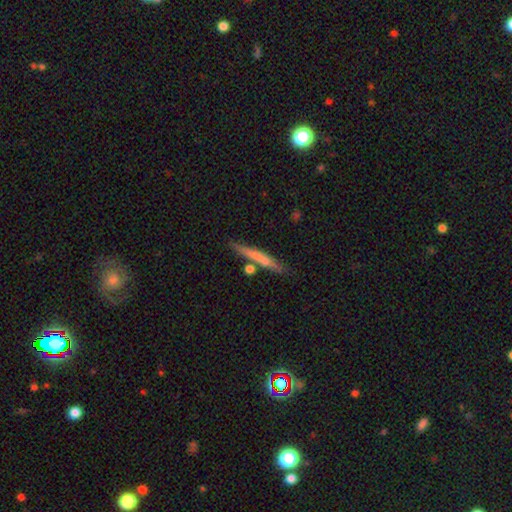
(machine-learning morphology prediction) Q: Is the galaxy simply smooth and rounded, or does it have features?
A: smooth — 56%.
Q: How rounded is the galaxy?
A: cigar-shaped — 94%.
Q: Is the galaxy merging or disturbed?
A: none — 77%.